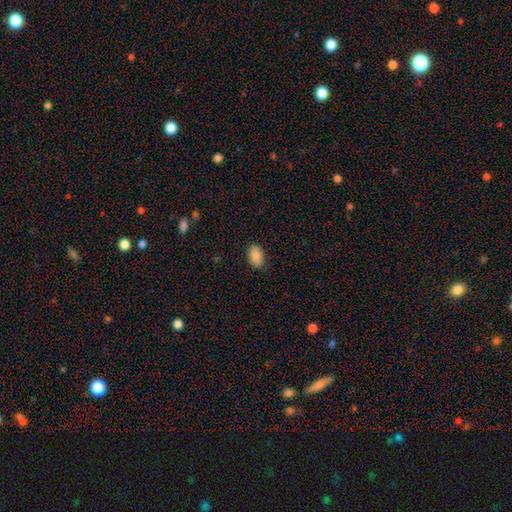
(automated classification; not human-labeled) smooth-or-featured: smooth: 87% | star or artifact: 7% | featured or disk: 5%
  how-rounded: in between: 89% | round: 10% | cigar-shaped: 1%
  merging: none: 85% | minor disturbance: 11% | major disturbance: 2% | merger: 1%